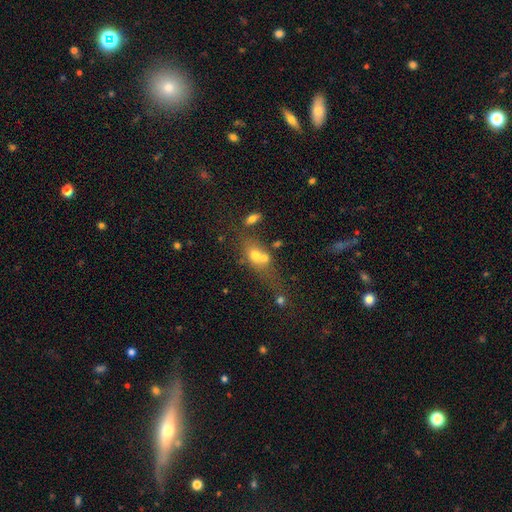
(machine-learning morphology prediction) Smooth or featured? smooth (63%)
How rounded? in between (55%)
Merging? merger (54%)